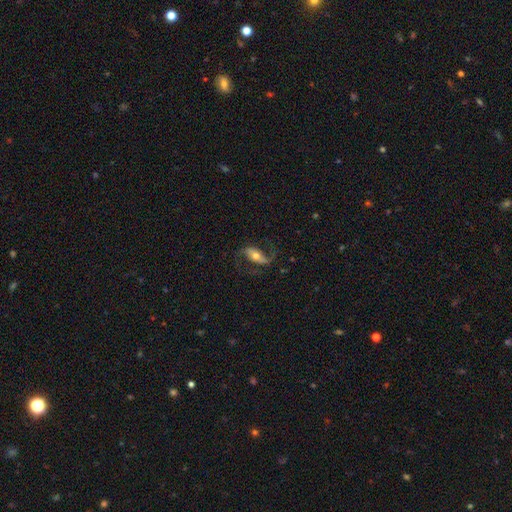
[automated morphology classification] smooth-or-featured: featured or disk: 80% | smooth: 13% | star or artifact: 6%
  disk-edge-on: no: 94% | yes: 6%
    bar: strong: 41% | weak: 31% | no: 28%
    has-spiral-arms: yes: 93% | no: 7%
      spiral-winding: loose: 54% | medium: 37% | tight: 9%
      spiral-arm-count: 2: 91% | 1: 4% | can't tell: 3% | 3: 1% | 4: 1% | more than 4: 1%
    bulge-size: moderate: 63% | small: 26% | large: 9% | dominant: 2% | none: 1%
  merging: none: 71% | minor disturbance: 14% | major disturbance: 13% | merger: 2%